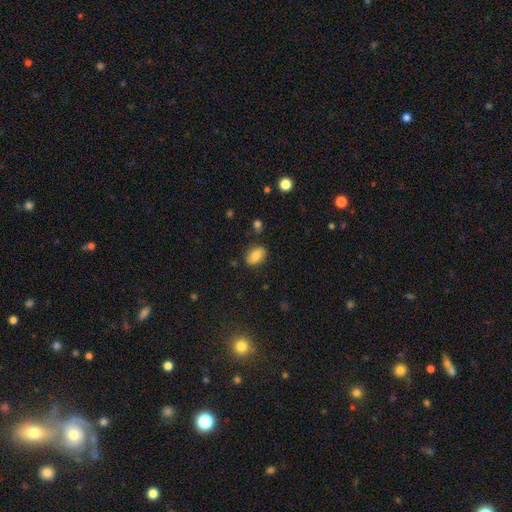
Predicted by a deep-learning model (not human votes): smooth 58%, featured or disk 33%, star or artifact 9%. Down the decision tree: how rounded — in between (79%); merging — none (80%).